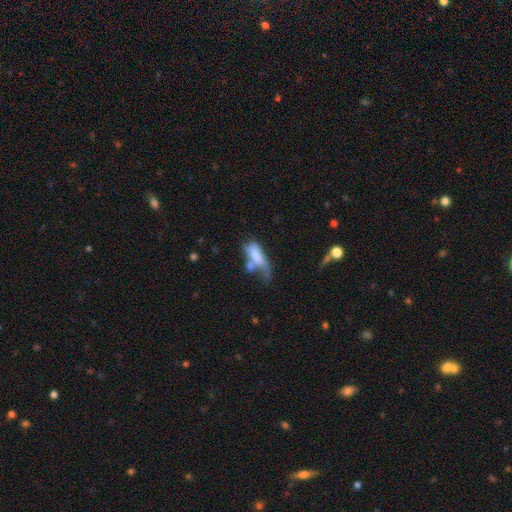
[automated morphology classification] smooth-or-featured: smooth: 65% | featured or disk: 26% | star or artifact: 9%
  how-rounded: in between: 71% | cigar-shaped: 25% | round: 4%
  merging: merger: 36% | major disturbance: 31% | none: 18% | minor disturbance: 15%